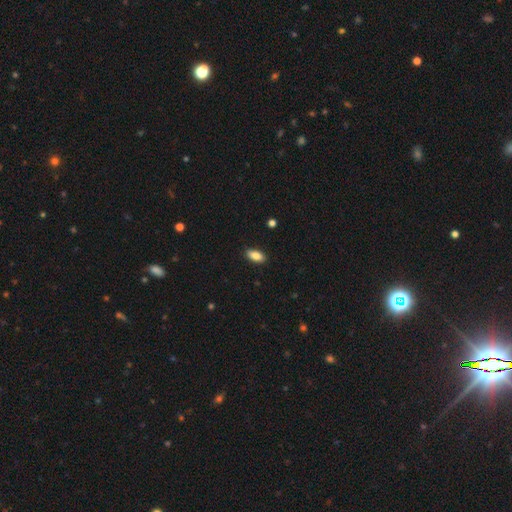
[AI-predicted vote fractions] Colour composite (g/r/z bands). It shows a smooth galaxy with no disk features (85%) that is in between round and cigar-shaped (89%). Merging: none (88%).